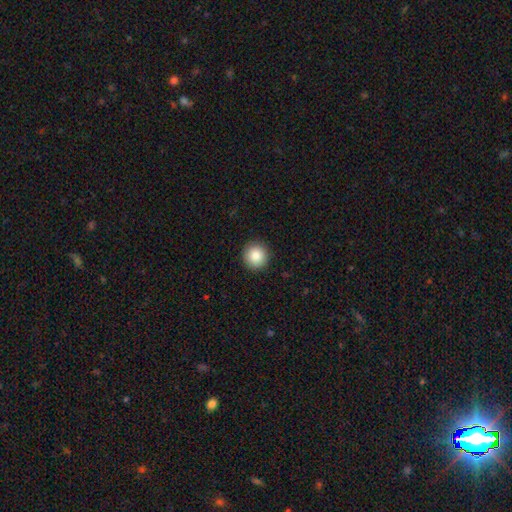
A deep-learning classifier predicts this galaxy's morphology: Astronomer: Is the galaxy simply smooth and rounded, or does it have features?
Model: smooth — 86%.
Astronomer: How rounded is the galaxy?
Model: round — 95%.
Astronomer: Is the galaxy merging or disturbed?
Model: none — 92%.